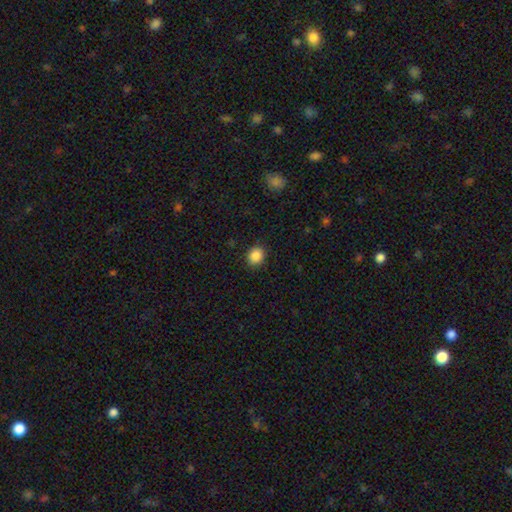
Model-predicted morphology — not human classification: Smooth or featured? Predicted: smooth (p=0.88). How rounded? Predicted: round (p=0.68). Merging? Predicted: none (p=0.88).